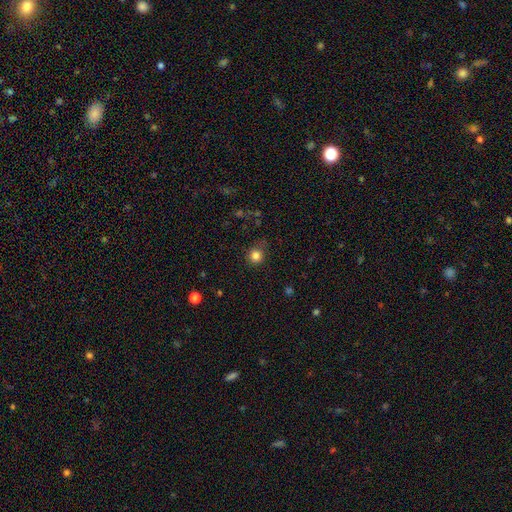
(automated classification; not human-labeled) The model was most divided on "merging": none: 78%, minor disturbance: 16%, major disturbance: 5%, merger: 2%. More confident: how rounded — round (89%); smooth or featured — smooth (83%).